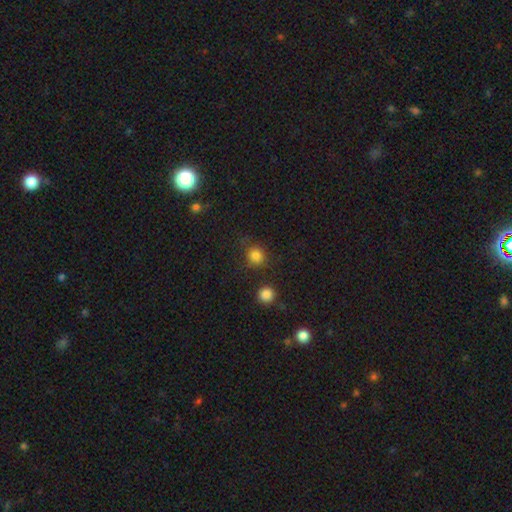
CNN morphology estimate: A smooth galaxy with no disk features (81%) that is round (87%). Merging: none (79%).